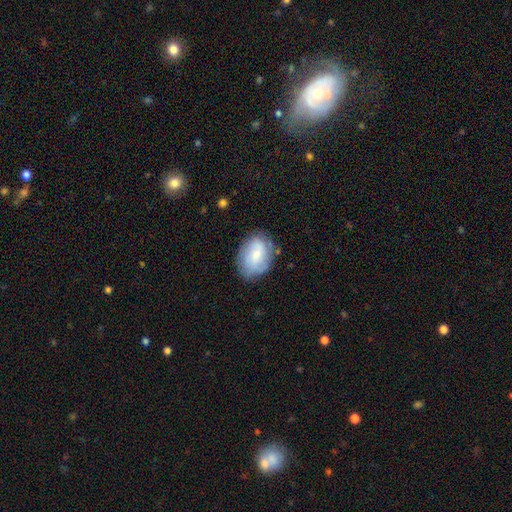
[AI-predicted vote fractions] This appears to be a smooth galaxy with no disk features (58%) that is in between round and cigar-shaped (71%). Merging: none (72%).